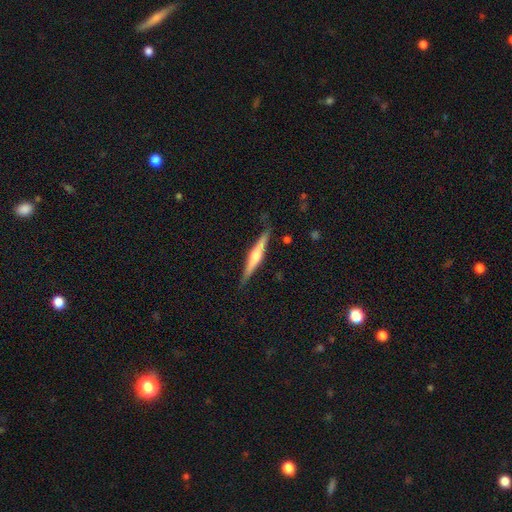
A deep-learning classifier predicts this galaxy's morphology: Smooth or featured? Predicted: featured or disk (p=0.67). Edge-on disk? Predicted: yes (p=0.97). Edge-on bulge? Predicted: rounded (p=0.76). Merging? Predicted: none (p=0.86).